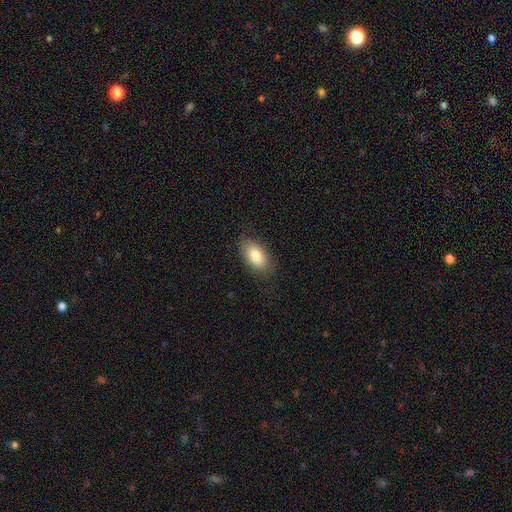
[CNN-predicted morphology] smooth_or_featured: smooth (p=0.82) [alt: featured or disk p=0.11]
how_rounded: in between (p=0.92) [alt: round p=0.04]
merging: none (p=0.80) [alt: minor disturbance p=0.15]